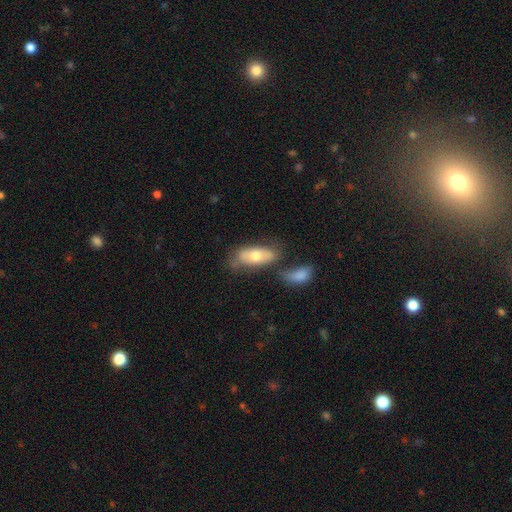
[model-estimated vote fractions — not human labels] Smooth or featured? smooth (58%)
How rounded? in between (80%)
Merging? none (47%)